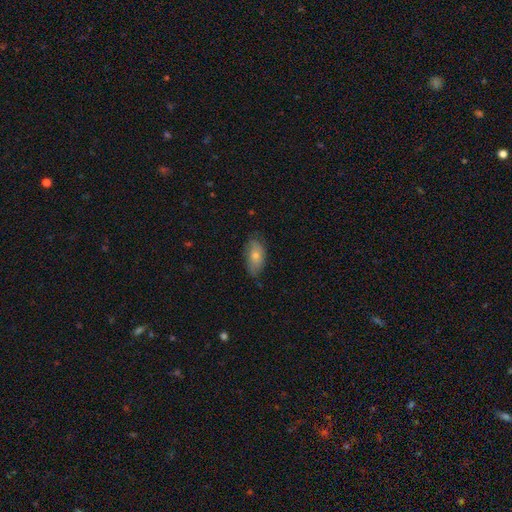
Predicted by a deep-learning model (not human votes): This appears to be a smooth galaxy with no disk features (71%) that is in between round and cigar-shaped (91%). Merging: none (67%).